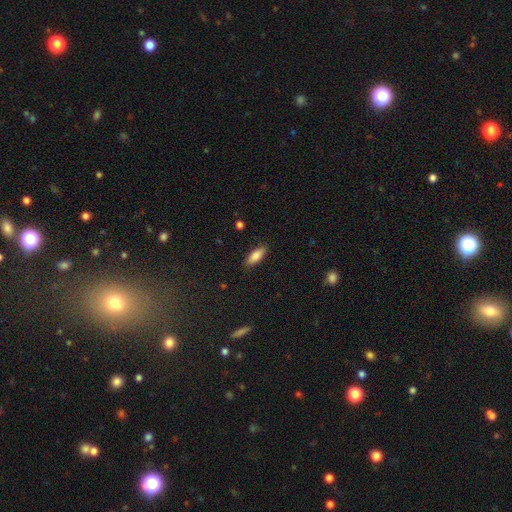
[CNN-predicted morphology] Smooth or featured? Predicted: smooth (p=0.83). How rounded? Predicted: in between (p=0.71). Merging? Predicted: none (p=0.87).